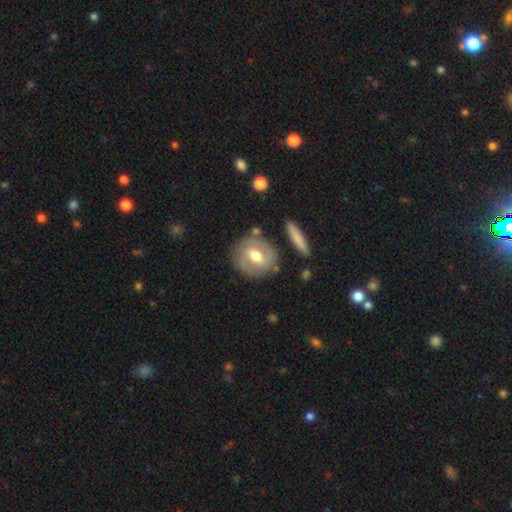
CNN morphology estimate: Smooth or featured: featured or disk — 56% (smooth — 37%)
Edge-on disk: no — 93% (yes — 7%)
Bar: weak — 48% (strong — 29%)
Spiral arms: yes — 68% (no — 32%)
Bulge size: moderate — 74% (small — 14%)
Merging: none — 78% (minor disturbance — 14%)